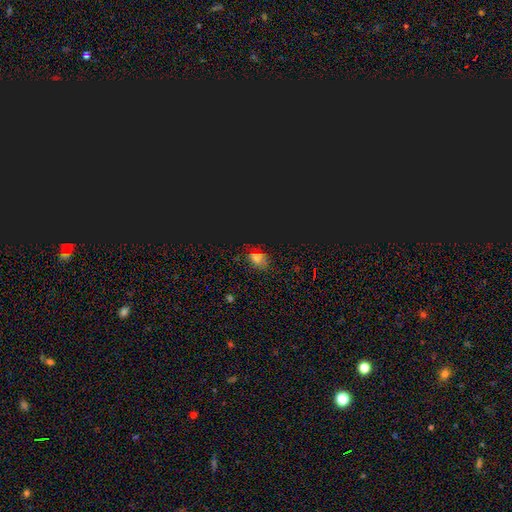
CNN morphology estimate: A star or artifact, not a galaxy (50%).